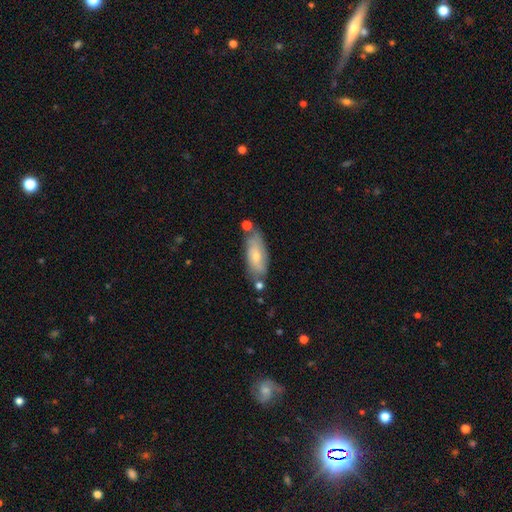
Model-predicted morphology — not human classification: A smooth galaxy with no disk features (53%) that is in between round and cigar-shaped (76%).

Vote fractions:
- Smooth or featured? smooth: 53% / featured or disk: 40% / star or artifact: 6%
- How rounded? in between: 76% / cigar-shaped: 21% / round: 3%
- Merging? none: 60% / minor disturbance: 23% / merger: 11% / major disturbance: 6%